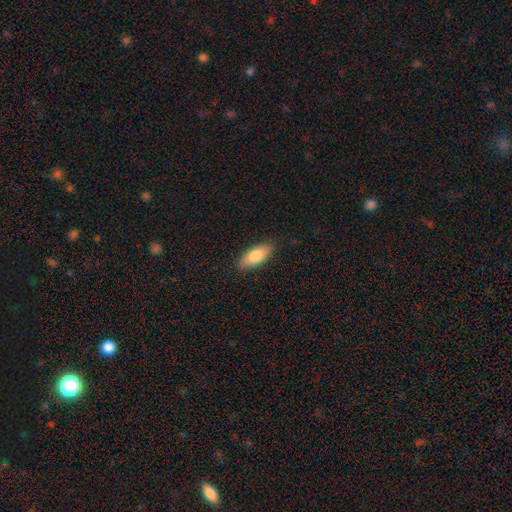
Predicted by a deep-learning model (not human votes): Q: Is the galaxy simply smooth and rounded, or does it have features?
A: smooth — 83%.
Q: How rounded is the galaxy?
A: in between — 81%.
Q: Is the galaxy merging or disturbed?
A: none — 87%.